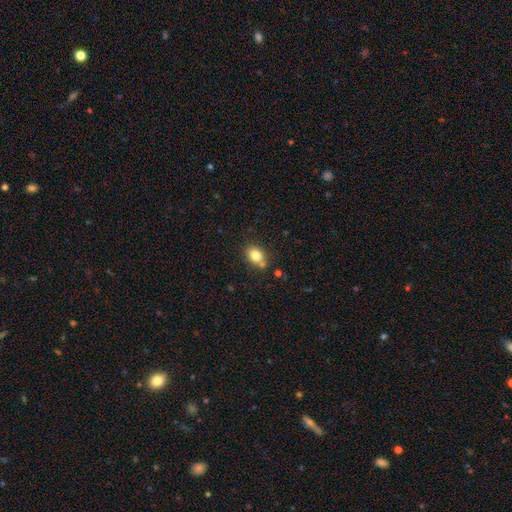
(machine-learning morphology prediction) A smooth galaxy with no disk features (80%) that is in between round and cigar-shaped (63%). Merging: none (68%).